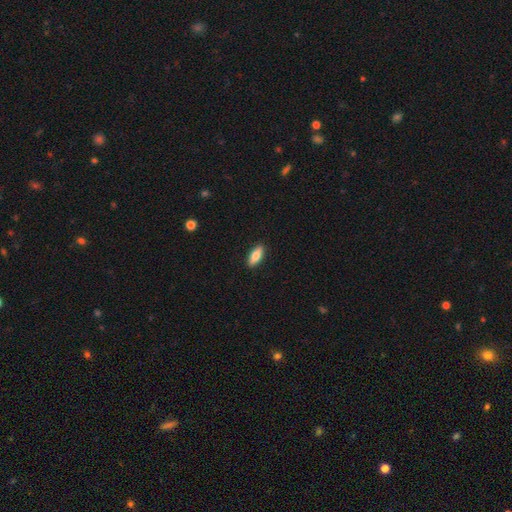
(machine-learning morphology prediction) Q: Smooth or featured?
A: smooth (79%); runner-up: featured or disk (15%)
Q: How rounded?
A: in between (76%); runner-up: cigar-shaped (21%)
Q: Merging?
A: none (90%); runner-up: minor disturbance (7%)